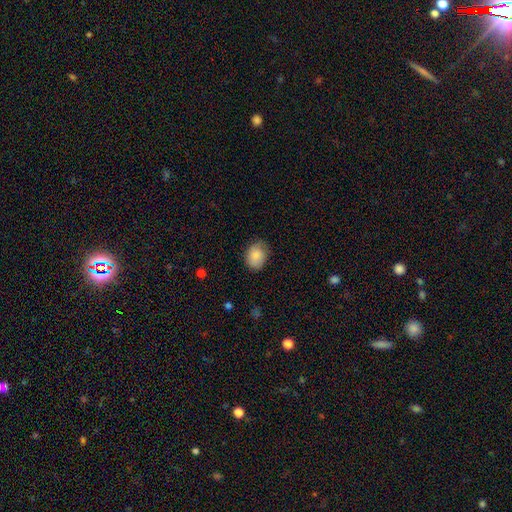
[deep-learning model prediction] A smooth galaxy with no disk features (85%) that is in between round and cigar-shaped (62%).

Vote fractions:
- Smooth or featured? smooth: 85% / featured or disk: 8% / star or artifact: 7%
- How rounded? in between: 62% / round: 37% / cigar-shaped: 1%
- Merging? none: 70% / minor disturbance: 23% / major disturbance: 5% / merger: 1%